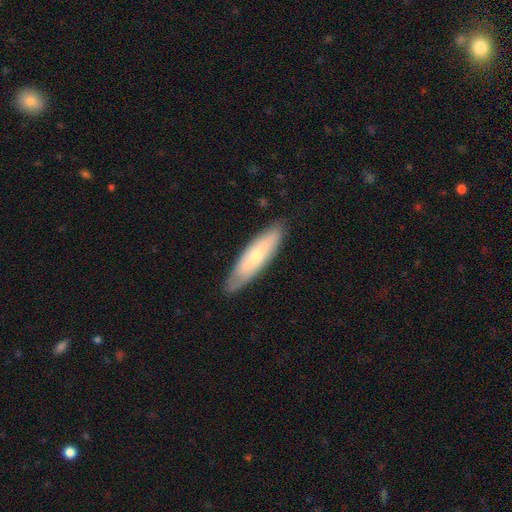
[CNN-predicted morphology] smooth-or-featured: smooth: 56% | featured or disk: 39% | star or artifact: 6%
  how-rounded: cigar-shaped: 63% | in between: 35% | round: 2%
  merging: none: 83% | minor disturbance: 13% | major disturbance: 2% | merger: 1%